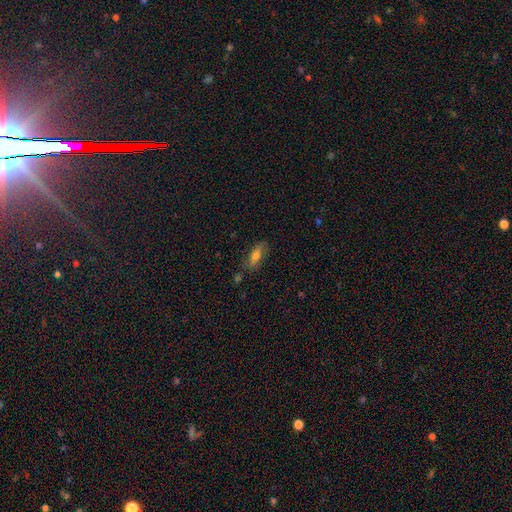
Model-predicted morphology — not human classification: Smooth or featured? Predicted: smooth (p=0.62). How rounded? Predicted: in between (p=0.66). Merging? Predicted: none (p=0.73).